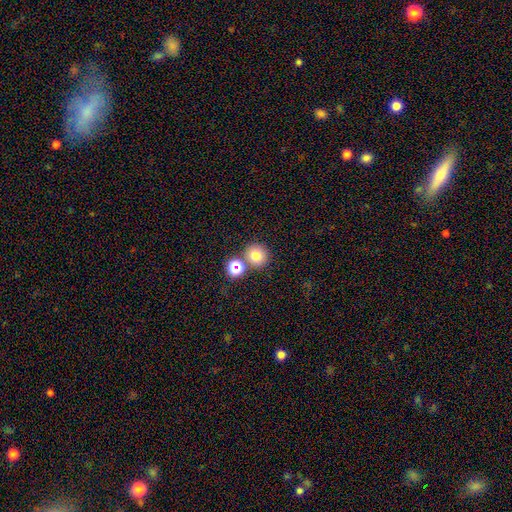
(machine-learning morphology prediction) Smooth or featured?
  - smooth: 76% *
  - star or artifact: 16%
  - featured or disk: 8%
How rounded?
  - round: 91% *
  - in between: 9%
  - cigar-shaped: 1%
Merging?
  - none: 74% *
  - merger: 17%
  - minor disturbance: 7%
  - major disturbance: 3%